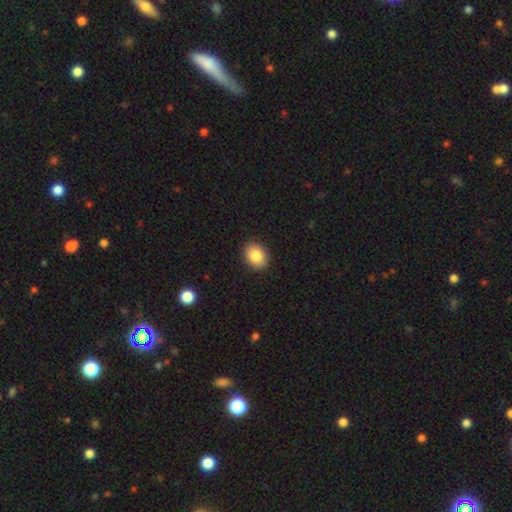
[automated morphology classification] This is clearly a smooth galaxy (86%). How rounded: possibly in between (59%). Merging: clearly none (91%).